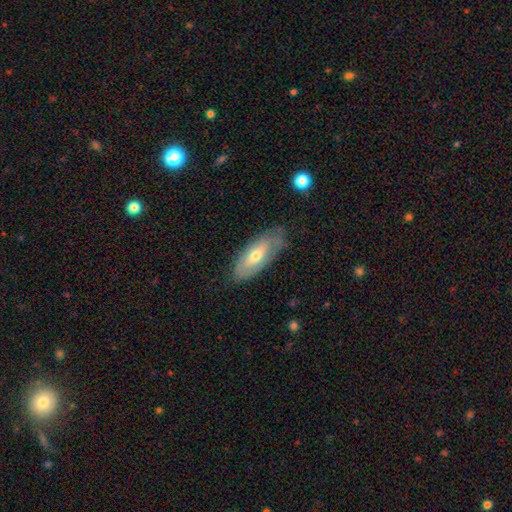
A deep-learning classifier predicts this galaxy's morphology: This is possibly a smooth galaxy (47%). Merging: likely none (73%).